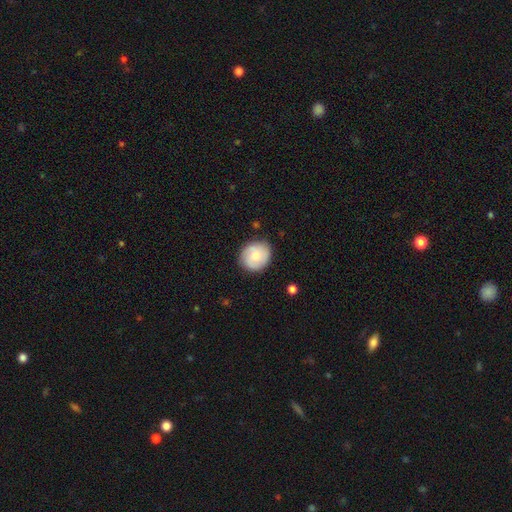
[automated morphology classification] smooth_or_featured: smooth (p=0.61) [alt: featured or disk p=0.32]
how_rounded: round (p=0.83) [alt: in between p=0.16]
merging: none (p=0.83) [alt: minor disturbance p=0.13]